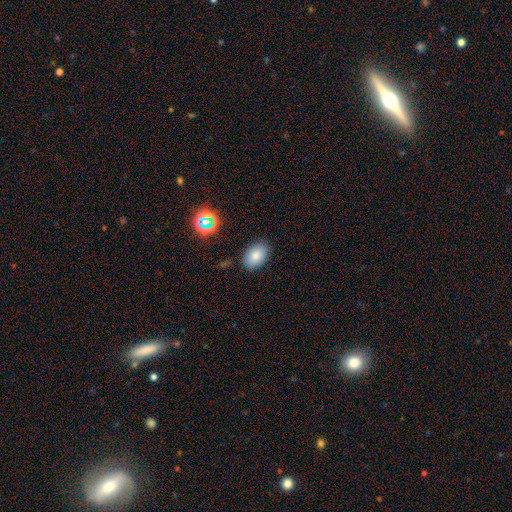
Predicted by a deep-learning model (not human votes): Q: Smooth or featured?
A: smooth (82%); runner-up: star or artifact (10%)
Q: How rounded?
A: in between (87%); runner-up: round (12%)
Q: Merging?
A: none (84%); runner-up: minor disturbance (12%)